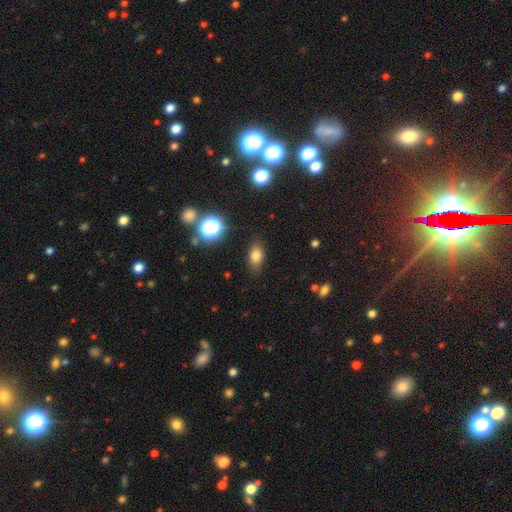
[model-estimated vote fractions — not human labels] smooth-or-featured: smooth: 76% | star or artifact: 14% | featured or disk: 9%
  how-rounded: in between: 81% | round: 14% | cigar-shaped: 5%
  merging: none: 84% | minor disturbance: 12% | major disturbance: 3% | merger: 2%